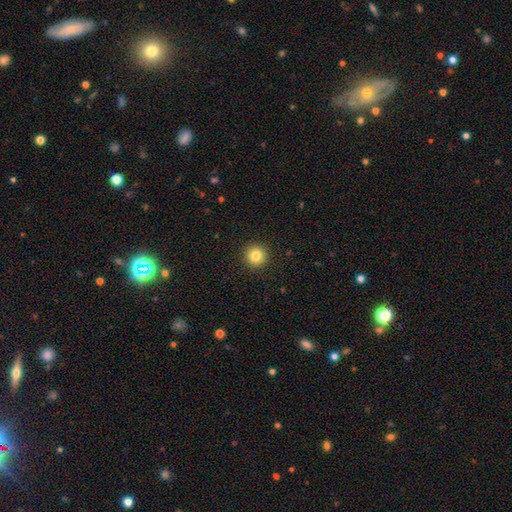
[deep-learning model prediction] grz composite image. It shows a smooth galaxy with no disk features (83%) that is round (95%). Merging: none (93%).